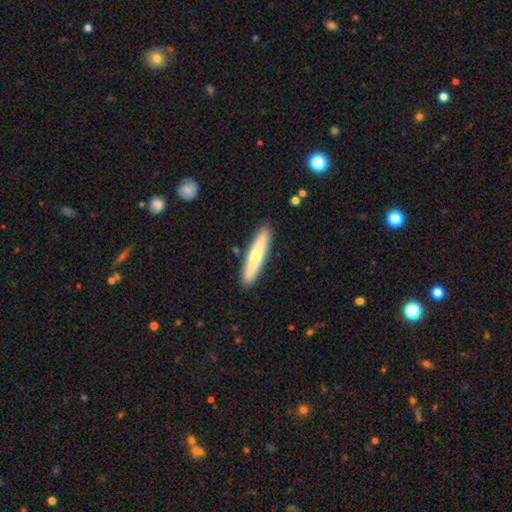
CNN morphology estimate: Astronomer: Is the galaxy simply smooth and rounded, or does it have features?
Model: smooth — 58% (runner-up: featured or disk, 37%).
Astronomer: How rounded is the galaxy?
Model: cigar-shaped — 90%.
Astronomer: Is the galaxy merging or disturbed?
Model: none — 90%.